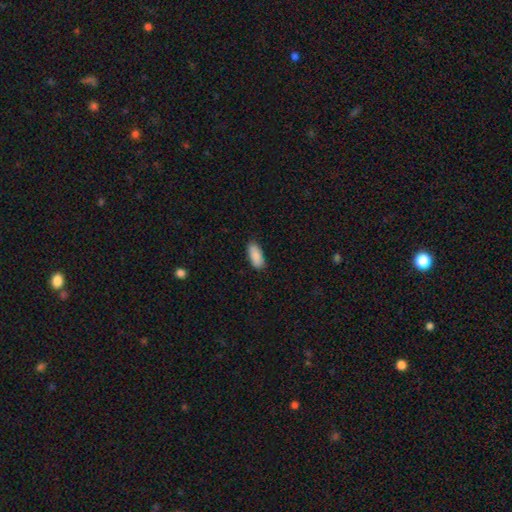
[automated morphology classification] Smooth or featured? Predicted: smooth (p=0.88). How rounded? Predicted: in between (p=0.88). Merging? Predicted: none (p=0.87).